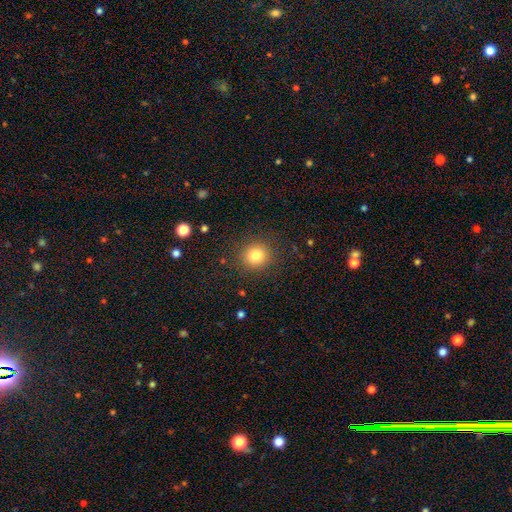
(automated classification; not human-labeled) Smooth or featured: smooth — 81% (star or artifact — 12%)
How rounded: round — 88% (in between — 11%)
Merging: none — 88% (minor disturbance — 8%)